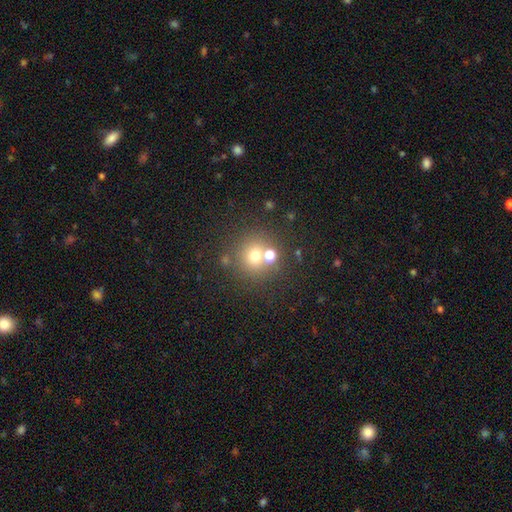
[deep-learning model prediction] Smooth or featured? Predicted: smooth (p=0.68). How rounded? Predicted: round (p=0.90). Merging? Predicted: none (p=0.64).